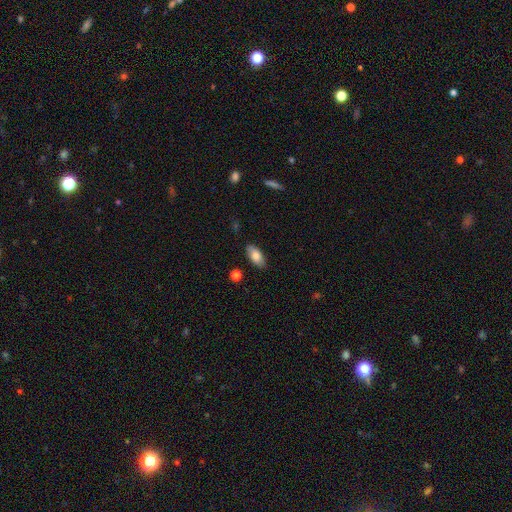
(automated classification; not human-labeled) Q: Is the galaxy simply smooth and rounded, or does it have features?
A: smooth — 78%.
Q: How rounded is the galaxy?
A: in between — 91%.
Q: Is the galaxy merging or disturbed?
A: none — 86%.